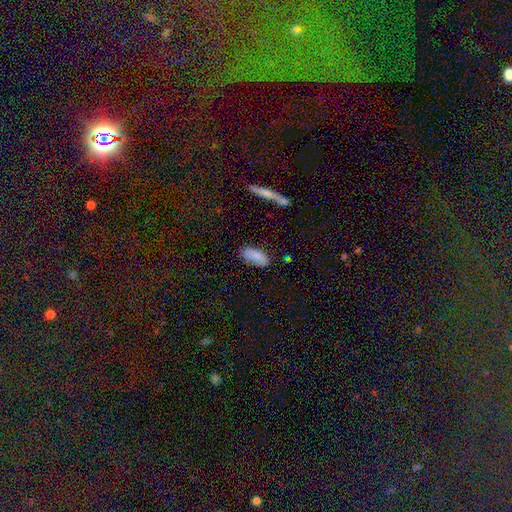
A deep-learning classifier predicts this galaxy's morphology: Smooth or featured?
  - smooth: 84% *
  - featured or disk: 9%
  - star or artifact: 7%
How rounded?
  - in between: 85% *
  - cigar-shaped: 13%
  - round: 2%
Merging?
  - none: 76% *
  - minor disturbance: 17%
  - major disturbance: 4%
  - merger: 3%